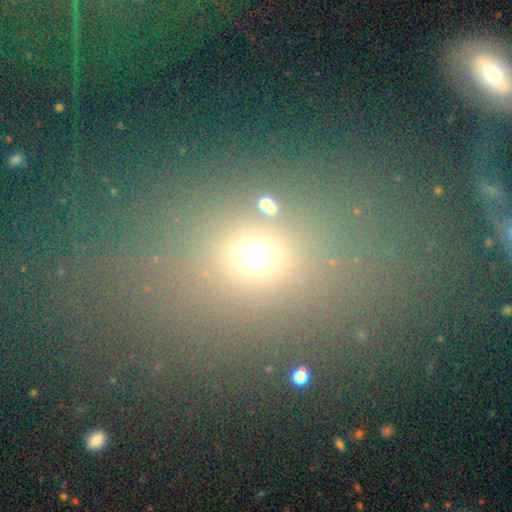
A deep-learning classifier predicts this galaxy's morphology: This appears to be a smooth galaxy with no disk features (65%) that is round (57%). Merging: none (68%).